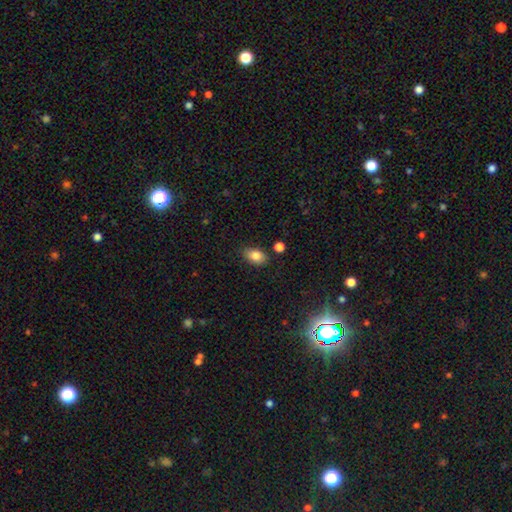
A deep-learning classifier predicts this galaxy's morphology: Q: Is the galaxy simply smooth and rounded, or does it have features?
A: smooth — 84%.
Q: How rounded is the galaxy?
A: in between — 88%.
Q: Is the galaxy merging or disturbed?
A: none — 82%.